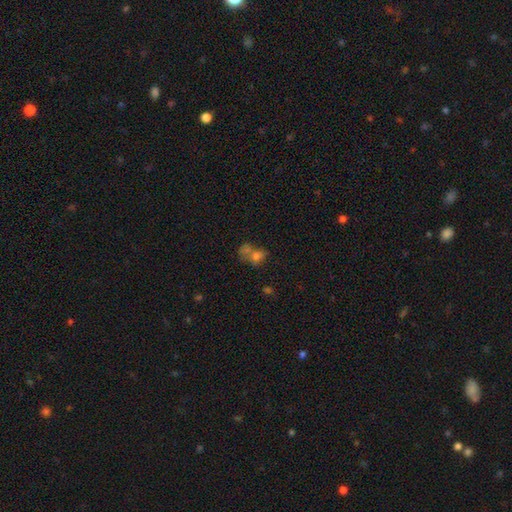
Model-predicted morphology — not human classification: A smooth galaxy with no disk features (58%) that is in between round and cigar-shaped (53%).

Vote fractions:
- Smooth or featured? smooth: 58% / featured or disk: 22% / star or artifact: 20%
- How rounded? in between: 53% / round: 45% / cigar-shaped: 2%
- Merging? merger: 53% / none: 27% / minor disturbance: 10% / major disturbance: 10%